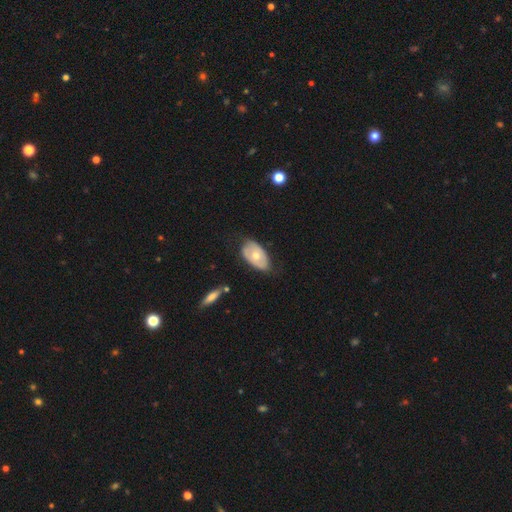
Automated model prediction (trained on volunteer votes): Smooth or featured? smooth (50%)
Merging? none (63%)